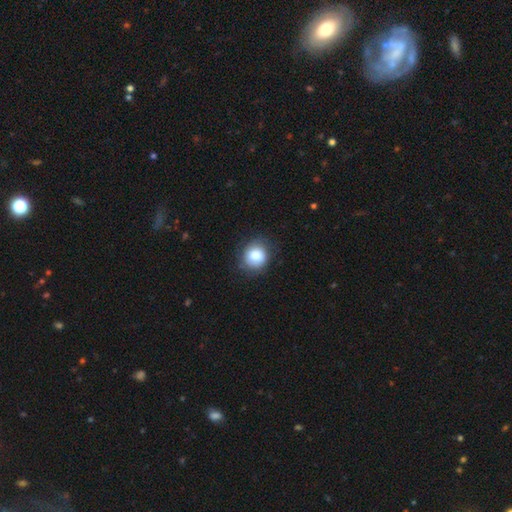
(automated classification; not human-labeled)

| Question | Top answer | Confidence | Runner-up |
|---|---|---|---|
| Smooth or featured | smooth | 82% | featured or disk (10%) |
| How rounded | round | 76% | in between (23%) |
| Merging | none | 78% | minor disturbance (16%) |